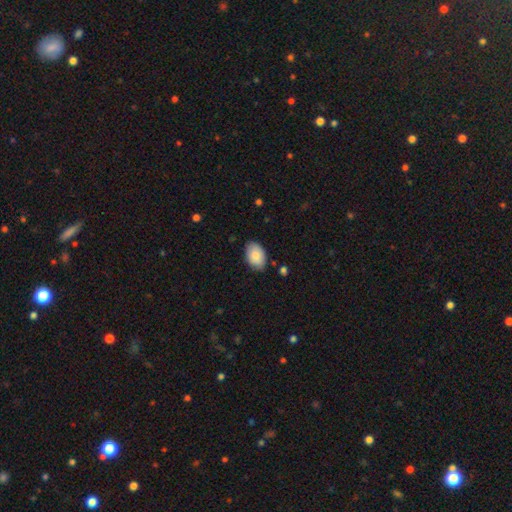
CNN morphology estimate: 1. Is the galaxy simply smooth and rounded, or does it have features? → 82% smooth, 12% featured or disk, 6% star or artifact.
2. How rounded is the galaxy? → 89% in between, 10% round, 1% cigar-shaped.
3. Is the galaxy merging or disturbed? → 79% none, 17% minor disturbance, 3% major disturbance, 2% merger.